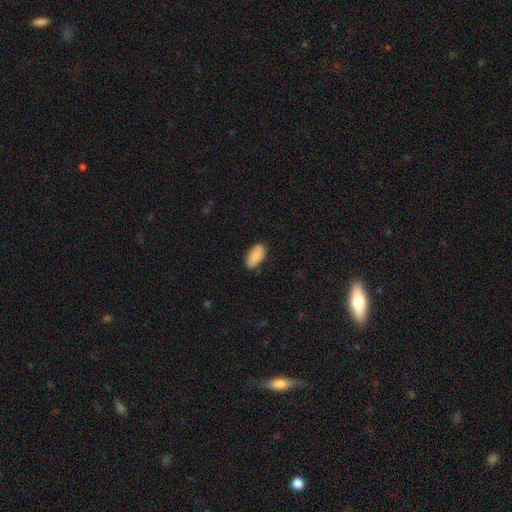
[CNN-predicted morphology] smooth_or_featured: smooth (p=0.90) [alt: star or artifact p=0.06]
how_rounded: in between (p=0.94) [alt: cigar-shaped p=0.04]
merging: none (p=0.80) [alt: minor disturbance p=0.16]